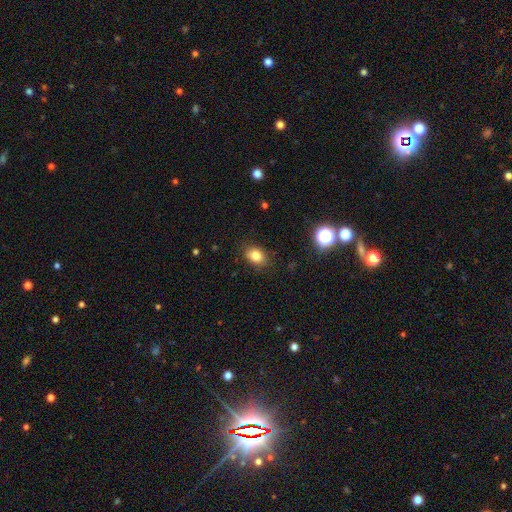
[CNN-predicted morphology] The model was most divided on "how rounded": in between: 63%, round: 35%, cigar-shaped: 1%. More confident: merging — none (85%); smooth or featured — smooth (81%).